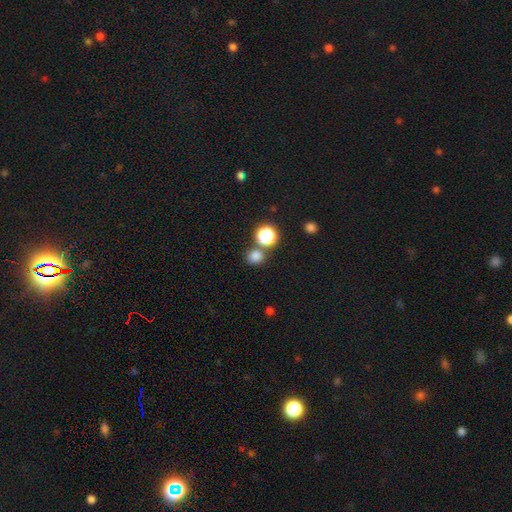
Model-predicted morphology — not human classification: type=smooth (77%); roundness=round (81%); merging=none (73%).